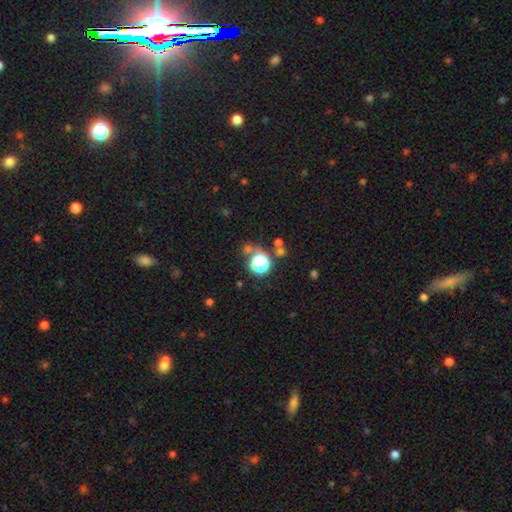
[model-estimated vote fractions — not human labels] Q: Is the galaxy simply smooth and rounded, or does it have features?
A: star or artifact — 64%.